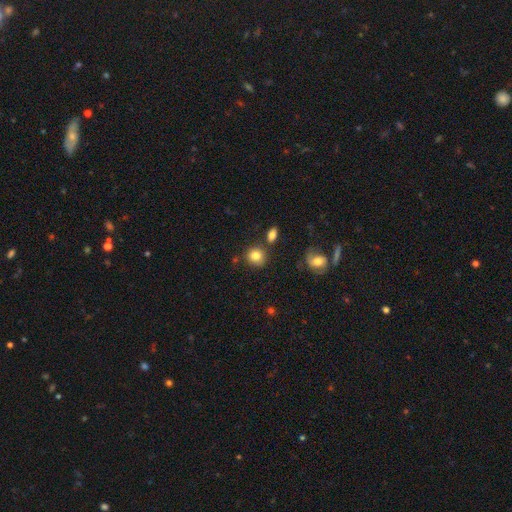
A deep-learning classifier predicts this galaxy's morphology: A smooth galaxy with no disk features (83%) that is round (84%). Merging: none (77%).